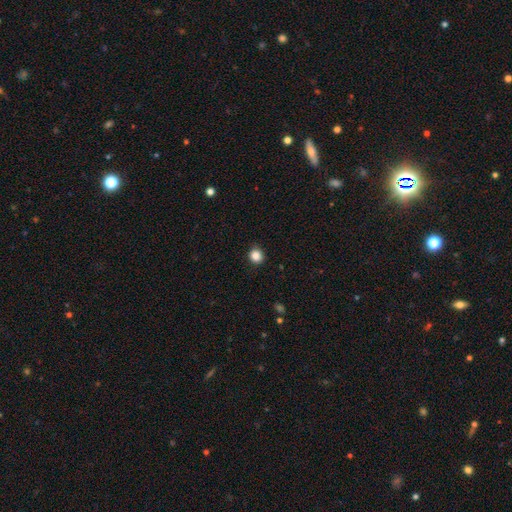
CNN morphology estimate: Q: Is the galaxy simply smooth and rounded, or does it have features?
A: smooth — 86%.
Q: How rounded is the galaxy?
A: round — 84%.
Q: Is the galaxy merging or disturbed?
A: none — 88%.